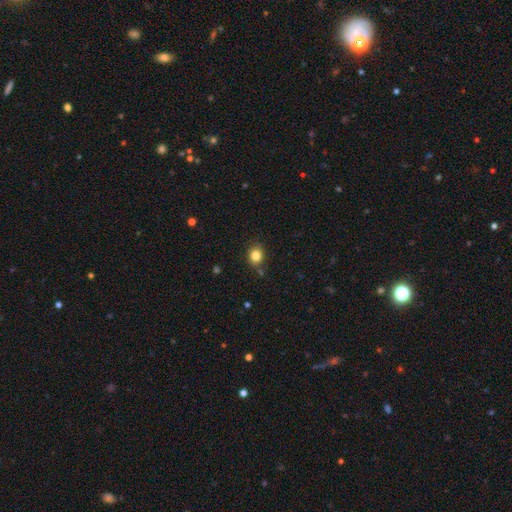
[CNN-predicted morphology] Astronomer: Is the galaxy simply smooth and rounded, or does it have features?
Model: smooth — 83%.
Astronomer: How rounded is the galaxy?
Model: round — 65%.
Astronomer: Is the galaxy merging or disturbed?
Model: none — 82%.